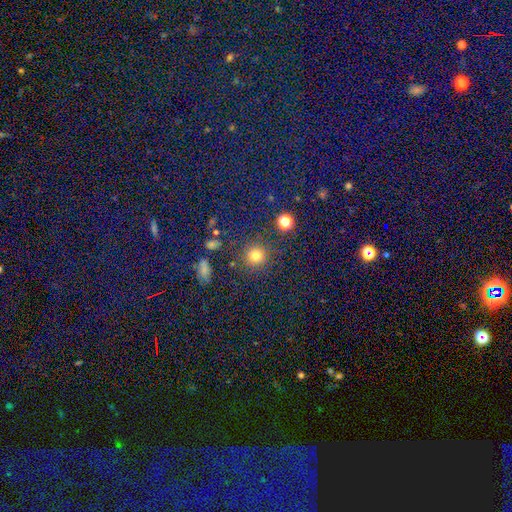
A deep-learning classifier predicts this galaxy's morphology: A smooth galaxy with no disk features (73%) that is round (94%).

Vote fractions:
- Smooth or featured? smooth: 73% / star or artifact: 20% / featured or disk: 7%
- How rounded? round: 94% / in between: 5% / cigar-shaped: 1%
- Merging? none: 85% / minor disturbance: 8% / major disturbance: 4% / merger: 3%